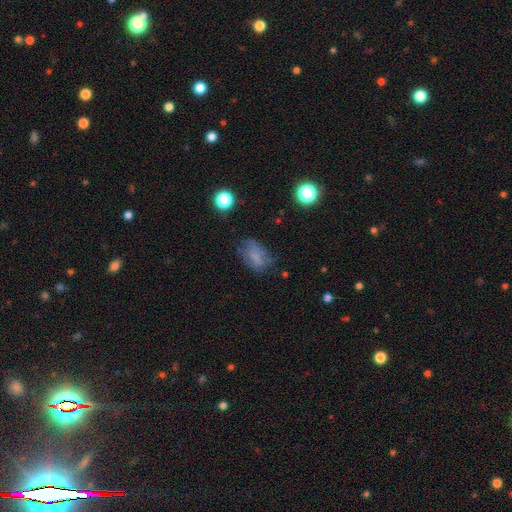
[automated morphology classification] type=smooth (54%); roundness=in between (82%); merging=none (48%).